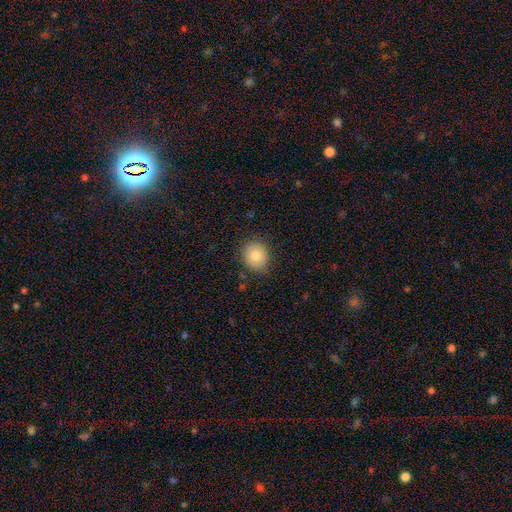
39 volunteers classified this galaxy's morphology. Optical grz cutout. It shows a smooth galaxy with no disk features (72%) that is round (93%). Merging: none (89%).